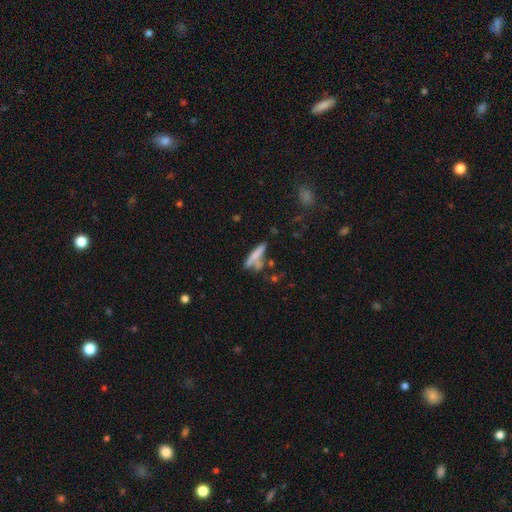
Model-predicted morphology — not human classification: smooth 62%, featured or disk 28%, star or artifact 9%. Down the decision tree: how rounded — cigar-shaped (83%); merging — none (52%).